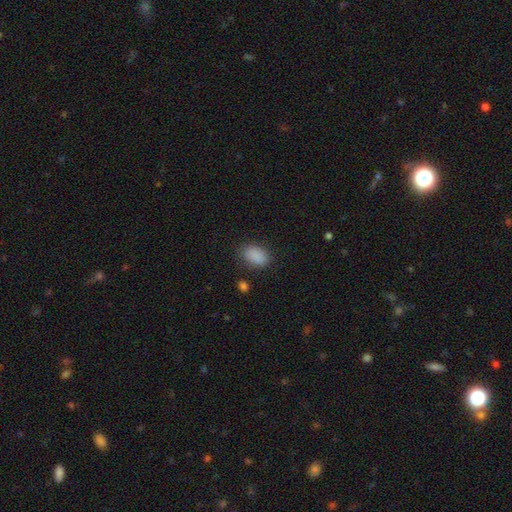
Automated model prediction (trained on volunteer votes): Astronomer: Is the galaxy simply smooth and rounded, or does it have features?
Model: smooth — 88%.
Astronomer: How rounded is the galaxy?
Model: in between — 85%.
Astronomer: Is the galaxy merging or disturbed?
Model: none — 80%.